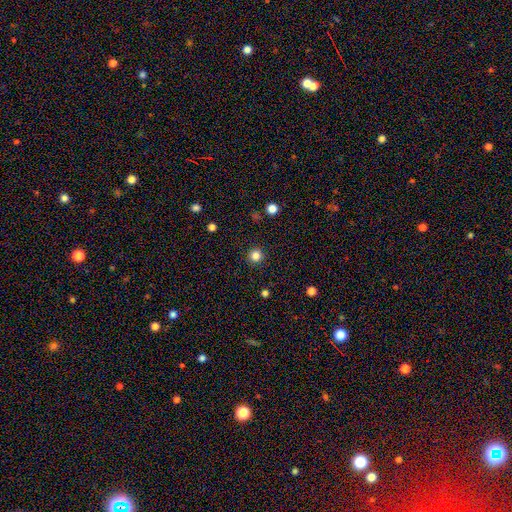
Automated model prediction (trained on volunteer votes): Smooth or featured: smooth — 84% (star or artifact — 12%)
How rounded: round — 96% (in between — 3%)
Merging: none — 93% (minor disturbance — 5%)